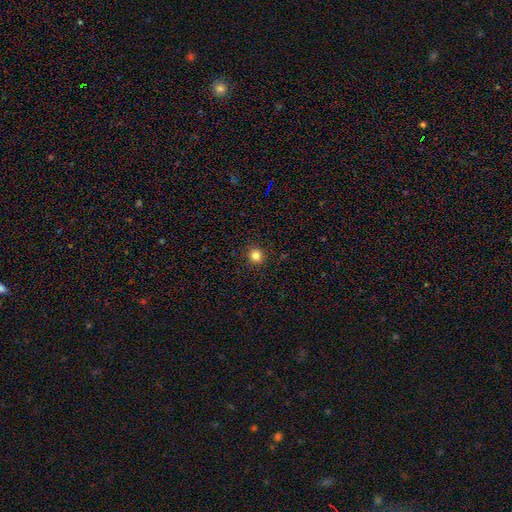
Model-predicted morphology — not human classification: A smooth galaxy with no disk features (82%) that is round (92%).

Vote fractions:
- Smooth or featured? smooth: 82% / star or artifact: 13% / featured or disk: 5%
- How rounded? round: 92% / in between: 7% / cigar-shaped: 1%
- Merging? none: 92% / minor disturbance: 5% / major disturbance: 2% / merger: 1%